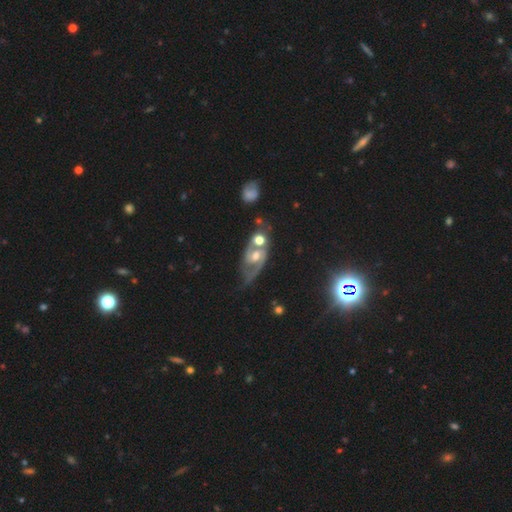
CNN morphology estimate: Overall: featured or disk (80%). Edge-on disk: no (95%). Bar: no (50%; weak 38%). Spiral arms: yes (91%). Spiral arm count: 2 (82%). Spiral winding: medium (50%; tight 27%). Bulge size: moderate (67%). Merging: none (39%; merger 31%).